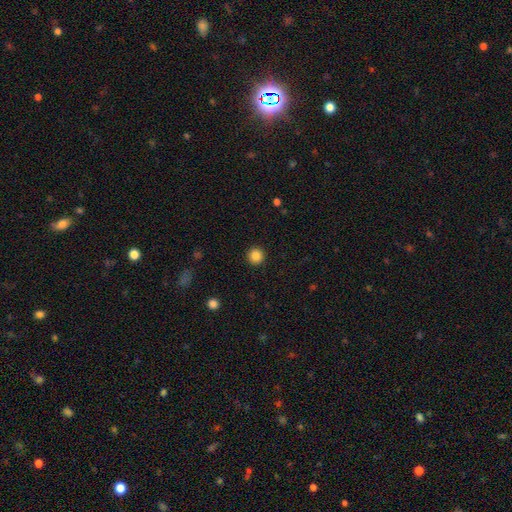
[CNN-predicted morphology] smooth_or_featured: smooth (p=0.86) [alt: star or artifact p=0.10]
how_rounded: round (p=0.95) [alt: in between p=0.04]
merging: none (p=0.93) [alt: minor disturbance p=0.04]